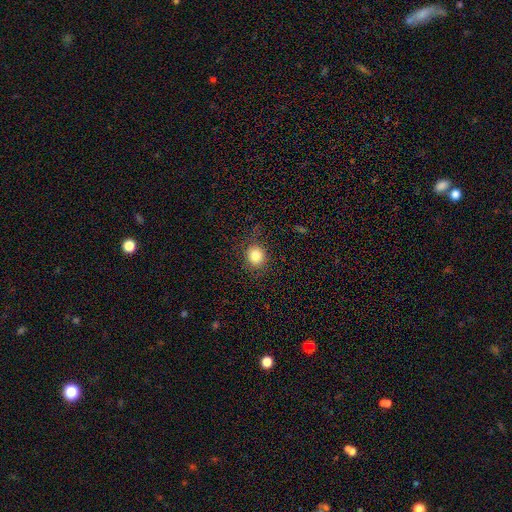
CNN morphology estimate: A smooth galaxy with no disk features (83%) that is round (80%). Merging: none (84%).